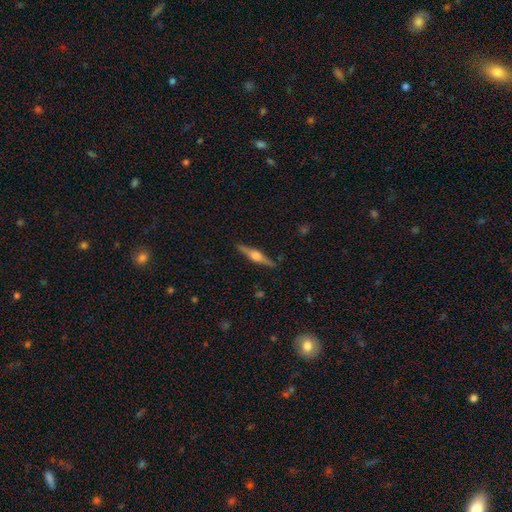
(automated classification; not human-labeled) Smooth or featured? featured or disk (74%)
Edge-on disk? yes (98%)
Edge-on bulge? rounded (89%)
Merging? none (90%)